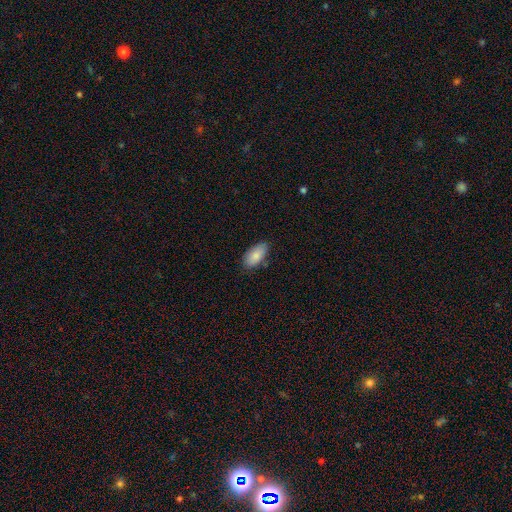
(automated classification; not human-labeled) smooth 85%, featured or disk 9%, star or artifact 6%. Down the decision tree: how rounded — in between (94%); merging — none (79%).